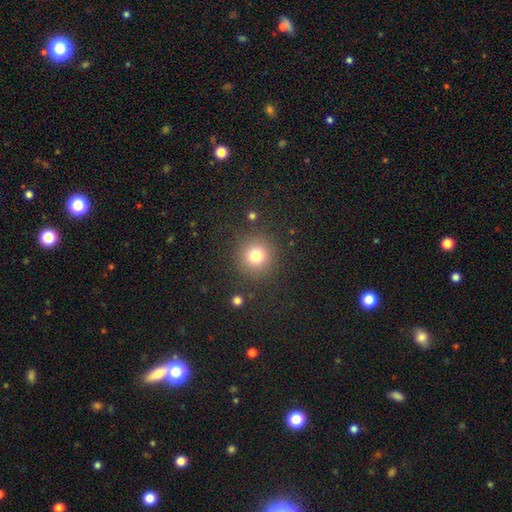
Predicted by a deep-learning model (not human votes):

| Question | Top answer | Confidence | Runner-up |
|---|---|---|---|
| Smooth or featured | smooth | 78% | star or artifact (14%) |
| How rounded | round | 94% | in between (5%) |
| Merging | none | 88% | minor disturbance (7%) |